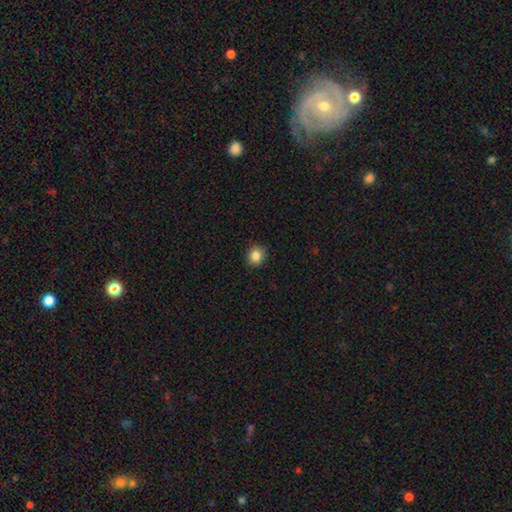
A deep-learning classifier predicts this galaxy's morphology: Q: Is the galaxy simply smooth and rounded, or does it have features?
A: smooth — 85%.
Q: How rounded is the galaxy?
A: round — 83%.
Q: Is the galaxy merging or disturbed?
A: none — 91%.